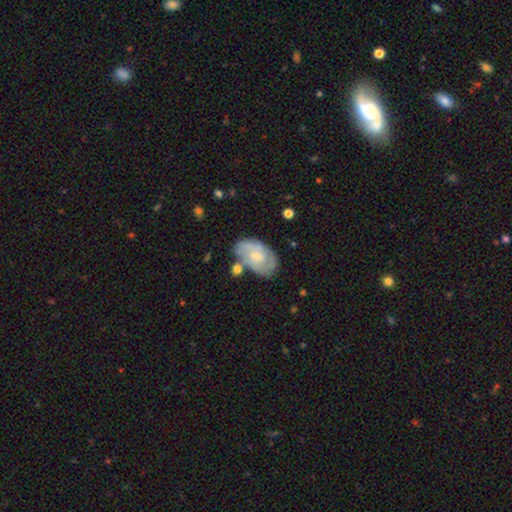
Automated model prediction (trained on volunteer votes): This is possibly a featured or disk galaxy (59%). It is clearly not viewed edge-on (96%). Bar: likely no (67%). Spiral arm pattern: likely yes (76%). Central bulge: possibly small (59%). Merging: likely none (60%).